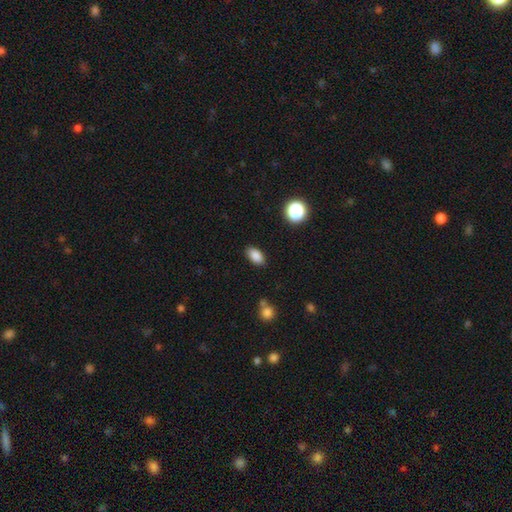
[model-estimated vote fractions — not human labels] smooth-or-featured: smooth: 86% | star or artifact: 9% | featured or disk: 5%
  how-rounded: in between: 90% | round: 6% | cigar-shaped: 4%
  merging: none: 86% | minor disturbance: 10% | major disturbance: 2% | merger: 2%